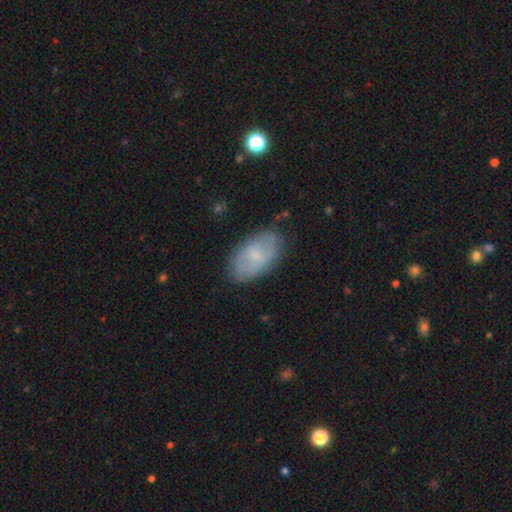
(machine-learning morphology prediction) Overall: smooth (57%; featured or disk 36%). How rounded: in between (93%). Merging: none (77%).